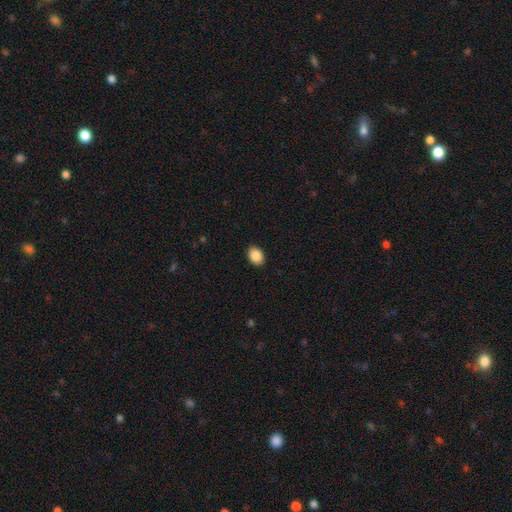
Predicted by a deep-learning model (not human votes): smooth-or-featured: smooth: 89% | star or artifact: 8% | featured or disk: 4%
  how-rounded: in between: 74% | round: 25% | cigar-shaped: 1%
  merging: none: 91% | minor disturbance: 7% | major disturbance: 2% | merger: 1%